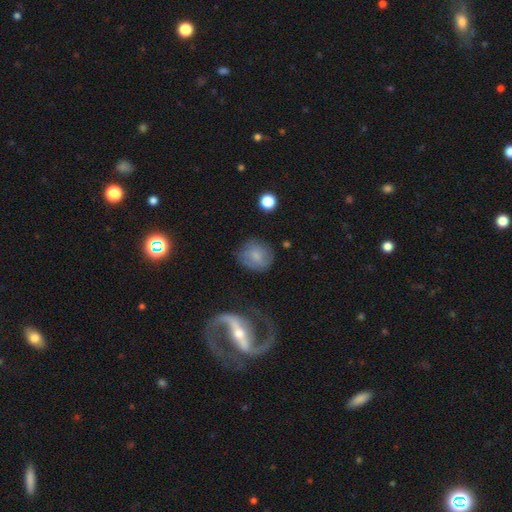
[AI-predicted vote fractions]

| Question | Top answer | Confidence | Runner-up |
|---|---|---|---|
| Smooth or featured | smooth | 70% | featured or disk (22%) |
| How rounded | round | 80% | in between (19%) |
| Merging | none | 71% | minor disturbance (19%) |